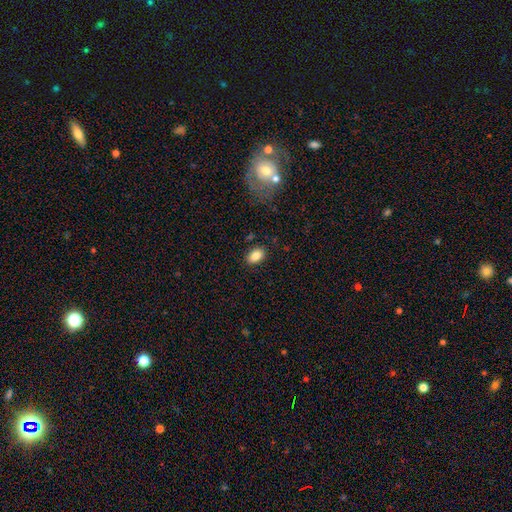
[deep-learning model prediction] smooth_or_featured: smooth (p=0.85) [alt: star or artifact p=0.09]
how_rounded: in between (p=0.87) [alt: round p=0.12]
merging: none (p=0.86) [alt: minor disturbance p=0.10]